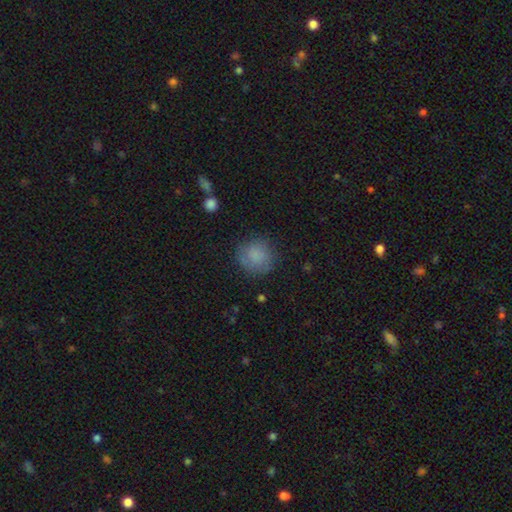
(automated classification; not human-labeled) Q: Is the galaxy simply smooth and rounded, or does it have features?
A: smooth — 82%.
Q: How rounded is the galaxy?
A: round — 89%.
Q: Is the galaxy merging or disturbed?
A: none — 77%.